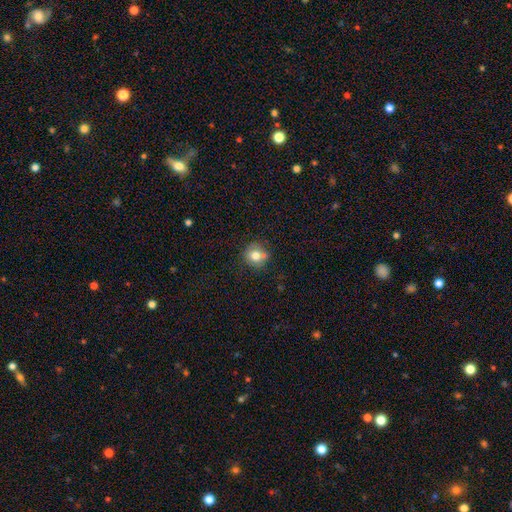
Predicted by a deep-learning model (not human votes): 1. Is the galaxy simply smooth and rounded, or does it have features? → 76% smooth, 14% featured or disk, 11% star or artifact.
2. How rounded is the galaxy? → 87% round, 12% in between, 1% cigar-shaped.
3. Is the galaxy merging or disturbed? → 67% none, 15% merger, 14% minor disturbance, 4% major disturbance.